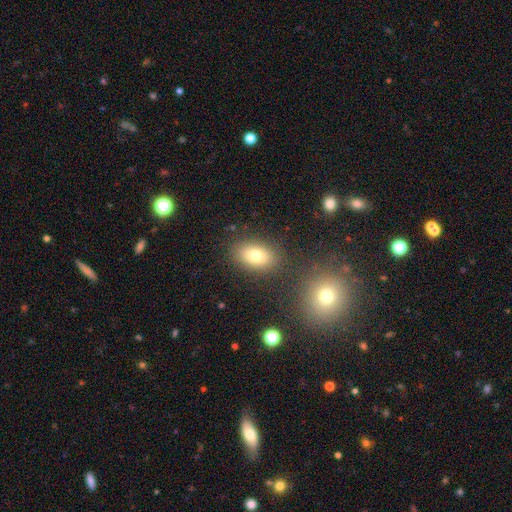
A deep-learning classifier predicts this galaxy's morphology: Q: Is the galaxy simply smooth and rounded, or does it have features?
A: smooth — 76%.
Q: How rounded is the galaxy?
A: in between — 86%.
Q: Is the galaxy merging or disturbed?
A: none — 83%.